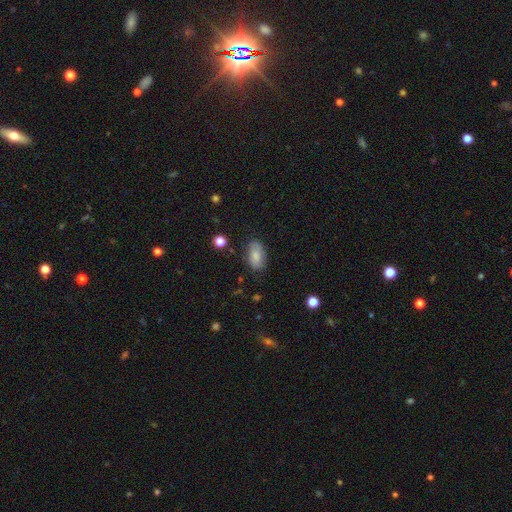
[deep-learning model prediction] A smooth galaxy with no disk features (81%) that is in between round and cigar-shaped (92%).

Vote fractions:
- Smooth or featured? smooth: 81% / featured or disk: 12% / star or artifact: 8%
- How rounded? in between: 92% / round: 5% / cigar-shaped: 3%
- Merging? none: 75% / minor disturbance: 18% / major disturbance: 4% / merger: 2%